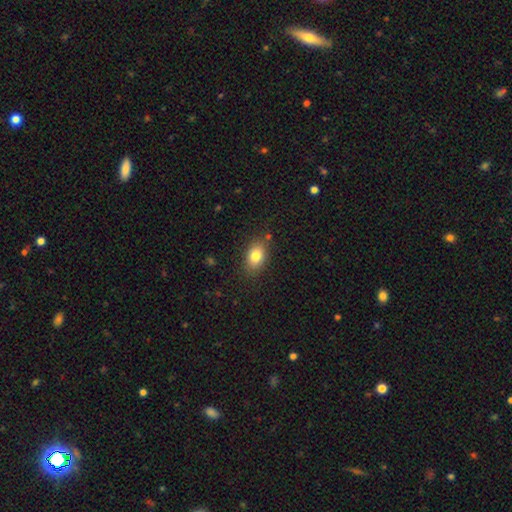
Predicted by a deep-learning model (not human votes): A smooth galaxy with no disk features (82%) that is in between round and cigar-shaped (84%). Merging: none (82%).